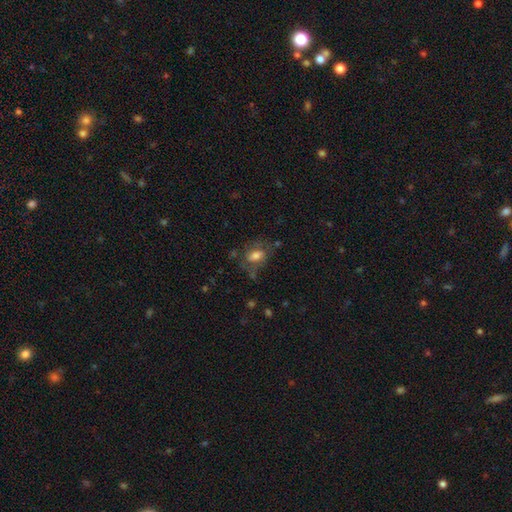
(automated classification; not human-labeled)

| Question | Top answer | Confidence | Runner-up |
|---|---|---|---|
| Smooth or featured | smooth | 58% | featured or disk (33%) |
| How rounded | in between | 79% | round (19%) |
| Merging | none | 54% | minor disturbance (24%) |